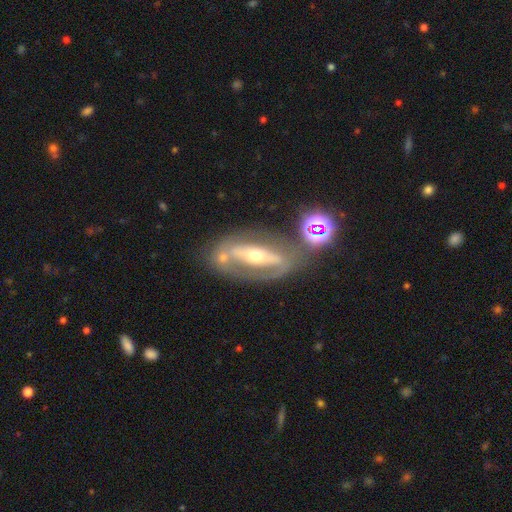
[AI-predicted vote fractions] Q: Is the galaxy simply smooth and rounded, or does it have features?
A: featured or disk — 77%.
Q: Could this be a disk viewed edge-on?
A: no — 82%.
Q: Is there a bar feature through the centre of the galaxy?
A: strong — 45%.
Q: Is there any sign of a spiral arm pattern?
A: no — 51%.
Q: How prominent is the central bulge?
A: moderate — 56%.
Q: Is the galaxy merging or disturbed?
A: none — 60%.